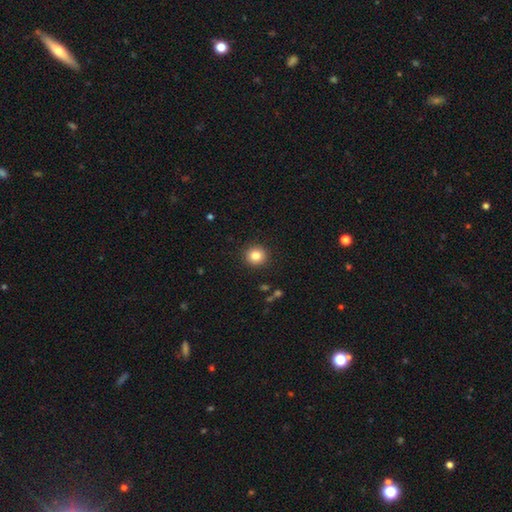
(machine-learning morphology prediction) type=smooth (84%); roundness=round (92%); merging=none (91%).